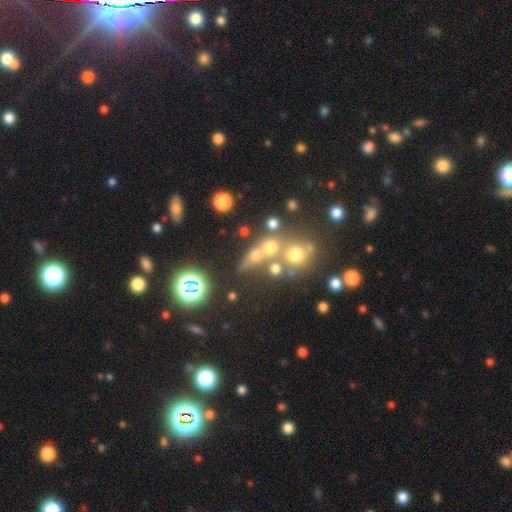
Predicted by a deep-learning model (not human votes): Smooth or featured? smooth (56%)
How rounded? round (65%)
Merging? none (48%)